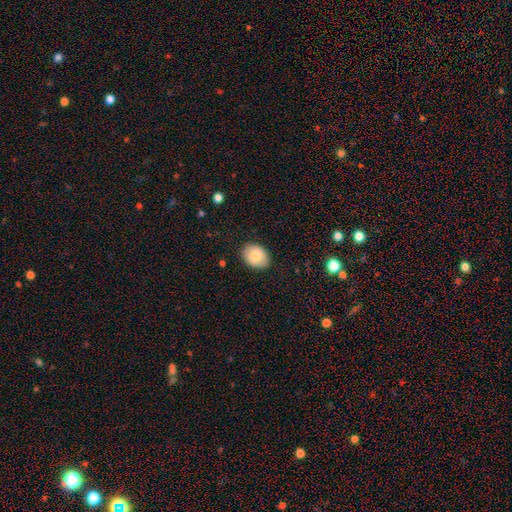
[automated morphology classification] type=smooth (80%); roundness=in between (71%); merging=none (88%).